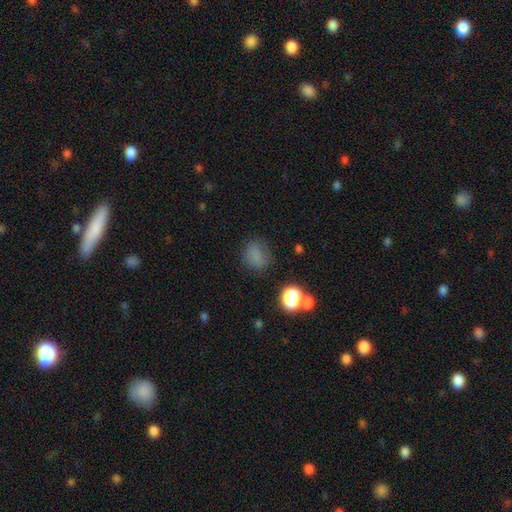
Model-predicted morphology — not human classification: This is likely a smooth galaxy (75%). How rounded: likely round (67%). Merging: likely none (75%).